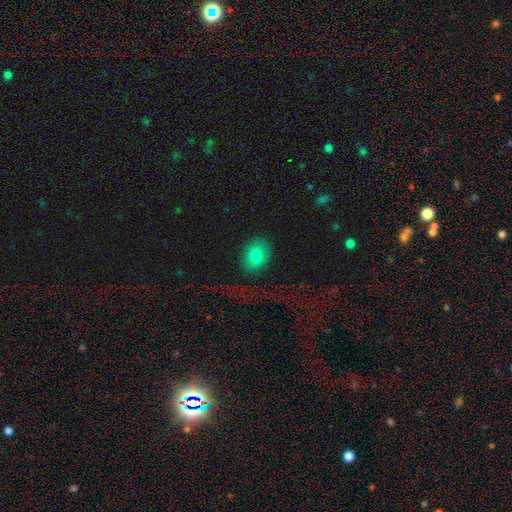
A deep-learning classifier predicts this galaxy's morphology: smooth 80%, featured or disk 10%, star or artifact 10%. Down the decision tree: how rounded — in between (67%); merging — none (79%).